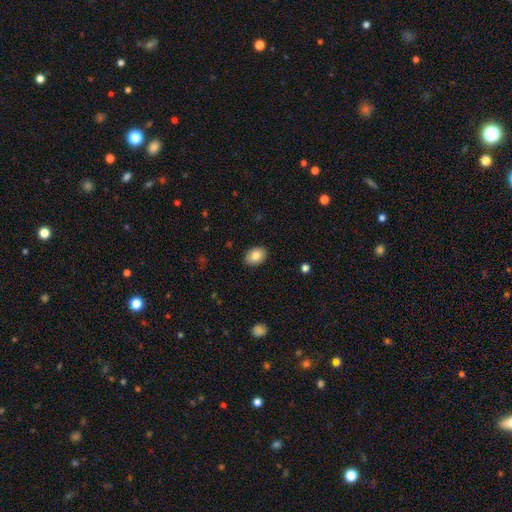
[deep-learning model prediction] This appears to be a smooth galaxy with no disk features (82%) that is in between round and cigar-shaped (71%). Merging: none (89%).